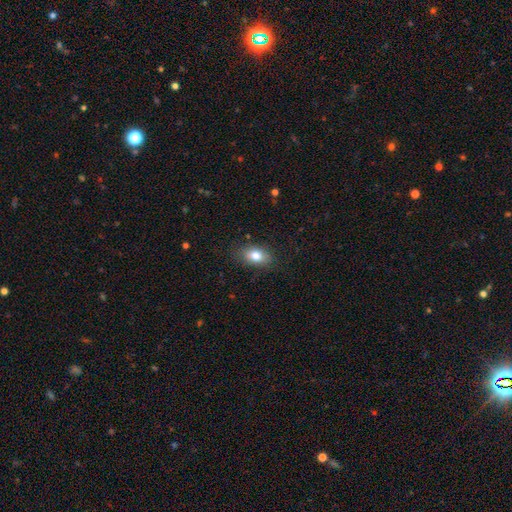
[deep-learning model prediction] Smooth or featured?
  - smooth: 82% *
  - featured or disk: 10%
  - star or artifact: 8%
How rounded?
  - in between: 86% *
  - round: 11%
  - cigar-shaped: 2%
Merging?
  - none: 82% *
  - minor disturbance: 14%
  - major disturbance: 3%
  - merger: 1%